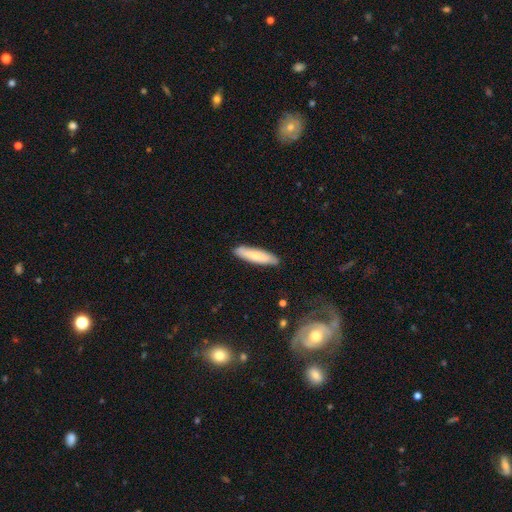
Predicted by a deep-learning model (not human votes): Smooth or featured? smooth (71%)
How rounded? cigar-shaped (79%)
Merging? none (87%)